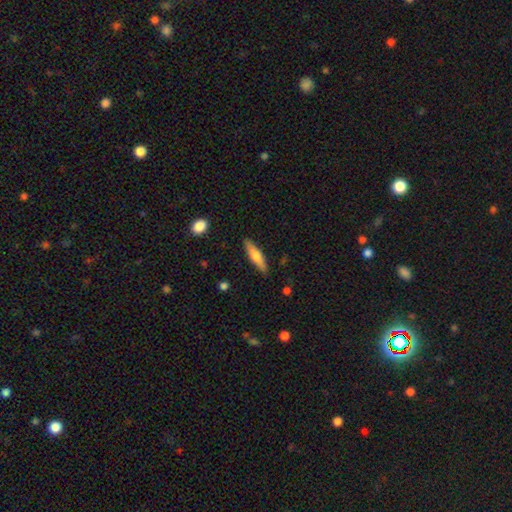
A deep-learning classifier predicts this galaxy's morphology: Smooth or featured? smooth (62%)
How rounded? cigar-shaped (72%)
Merging? none (87%)